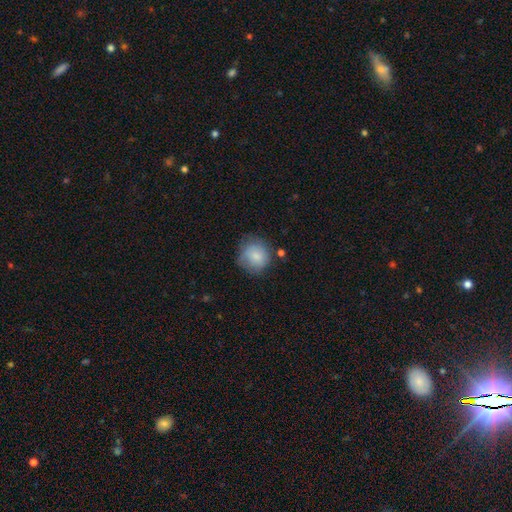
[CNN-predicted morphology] Overall: smooth (81%). How rounded: round (86%). Merging: none (62%; minor disturbance 26%).